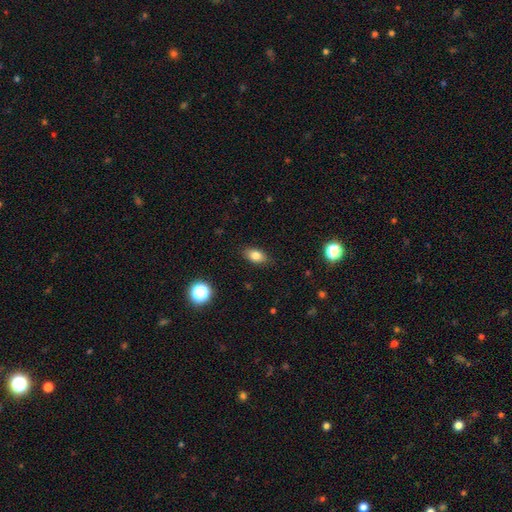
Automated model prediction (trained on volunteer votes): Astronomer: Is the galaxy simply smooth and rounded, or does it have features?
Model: smooth — 80%.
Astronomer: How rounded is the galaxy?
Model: in between — 85%.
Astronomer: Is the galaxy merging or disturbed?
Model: none — 85%.